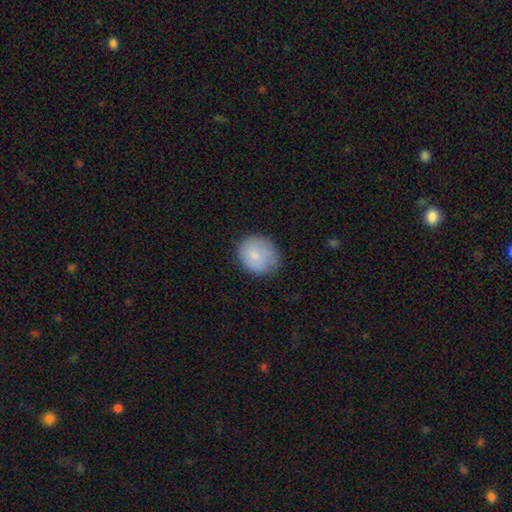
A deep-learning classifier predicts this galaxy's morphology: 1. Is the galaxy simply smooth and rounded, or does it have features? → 82% smooth, 11% featured or disk, 7% star or artifact.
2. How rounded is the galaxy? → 70% round, 29% in between, 1% cigar-shaped.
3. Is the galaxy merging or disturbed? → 69% none, 24% minor disturbance, 6% major disturbance, 1% merger.